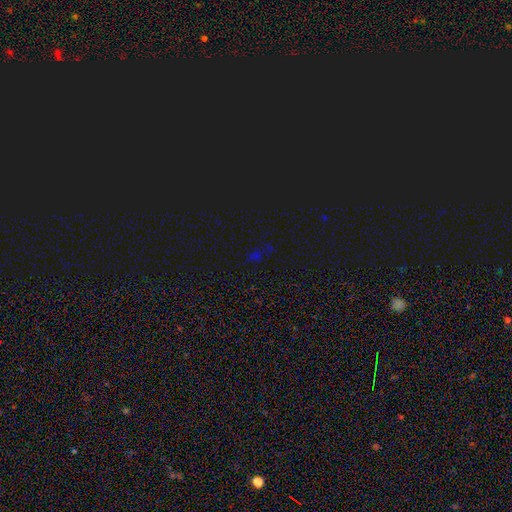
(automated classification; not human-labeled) This is likely a star or artifact rather than a galaxy (64%).